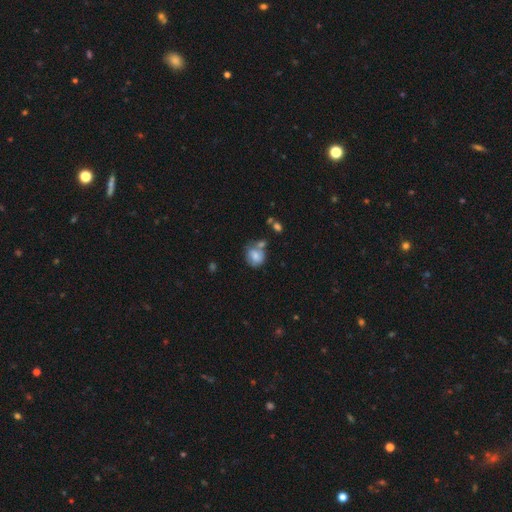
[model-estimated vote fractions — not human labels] A smooth galaxy with no disk features (66%) that is round (67%). Merging: none (44%).